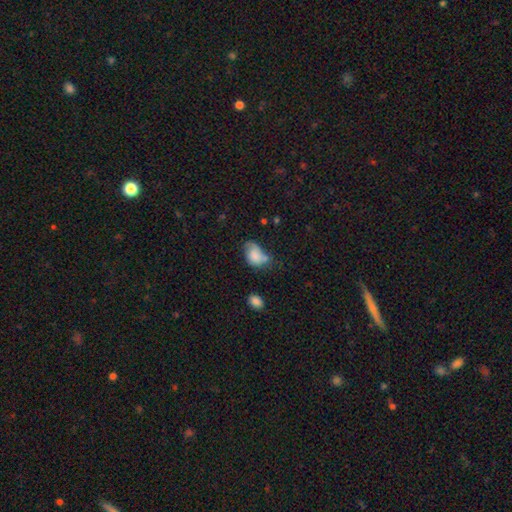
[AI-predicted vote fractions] This is likely a smooth galaxy (70%). How rounded: likely in between (78%). Merging: marginally minor disturbance (33%).